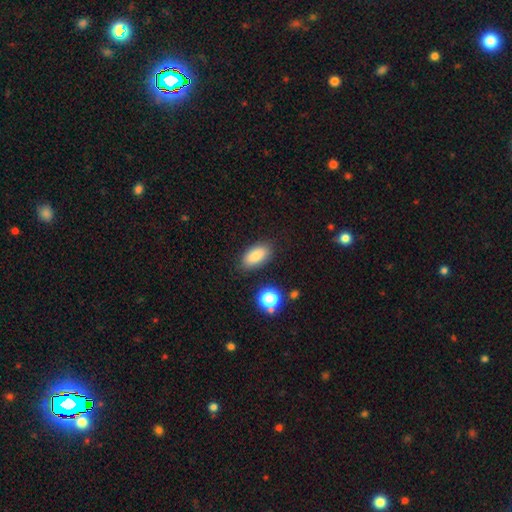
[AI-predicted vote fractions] Smooth or featured: smooth — 83% (featured or disk — 9%)
How rounded: in between — 90% (cigar-shaped — 5%)
Merging: none — 82% (minor disturbance — 11%)